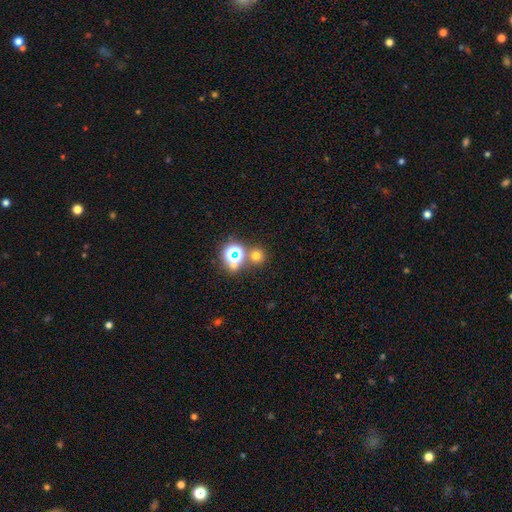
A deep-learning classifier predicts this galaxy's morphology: smooth_or_featured: smooth (p=0.63) [alt: star or artifact p=0.30]
how_rounded: round (p=0.91) [alt: in between p=0.08]
merging: none (p=0.76) [alt: merger p=0.14]